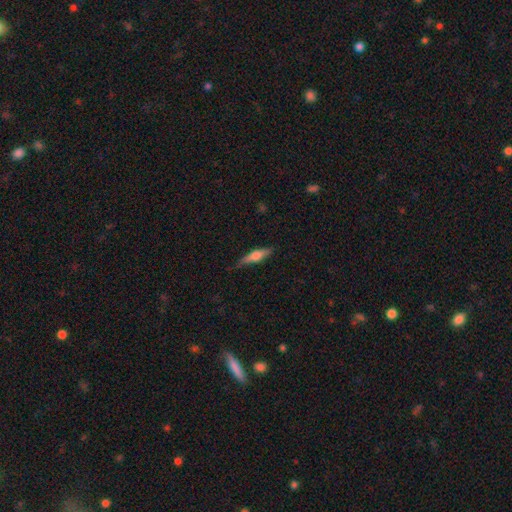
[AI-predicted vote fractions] Overall: smooth (49%; featured or disk 44%). Merging: none (79%).